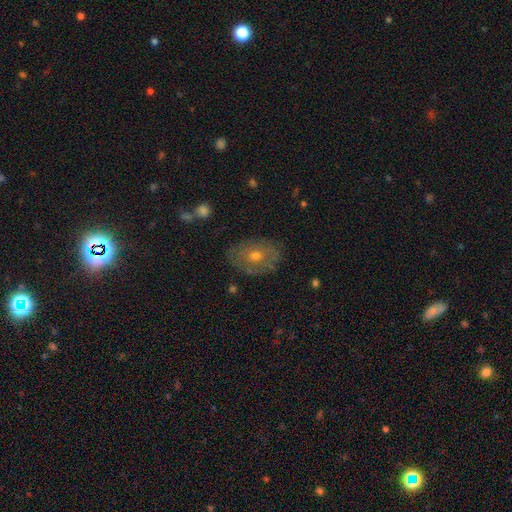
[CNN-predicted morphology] This is possibly a smooth galaxy (46%). Merging: likely none (78%).